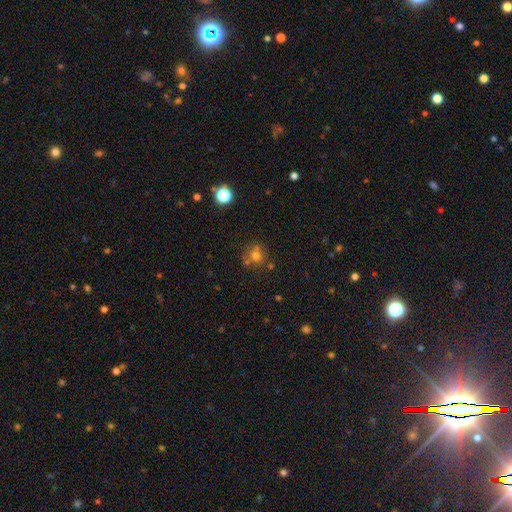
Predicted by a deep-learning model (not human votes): A smooth galaxy with no disk features (67%) that is round (87%).

Vote fractions:
- Smooth or featured? smooth: 67% / star or artifact: 19% / featured or disk: 14%
- How rounded? round: 87% / in between: 12% / cigar-shaped: 1%
- Merging? none: 65% / merger: 19% / minor disturbance: 11% / major disturbance: 4%